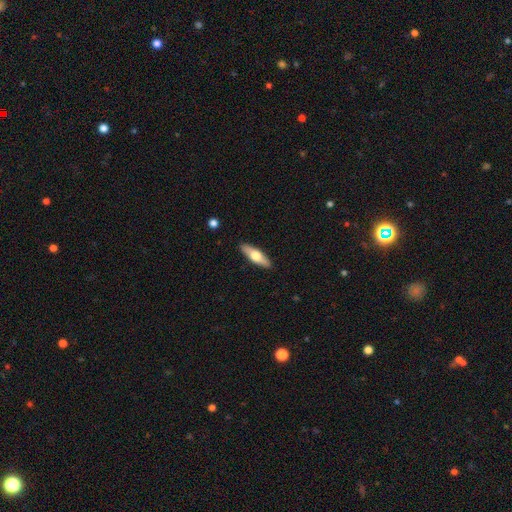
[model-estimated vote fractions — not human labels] A smooth galaxy with no disk features (54%) that is cigar-shaped (50%). Merging: none (90%).